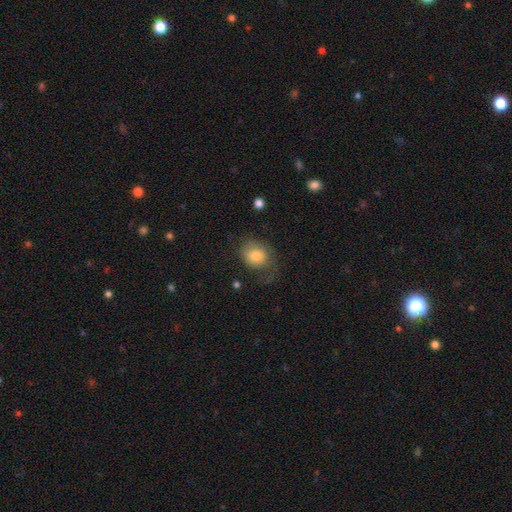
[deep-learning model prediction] A smooth galaxy with no disk features (72%) that is round (50%).

Vote fractions:
- Smooth or featured? smooth: 72% / featured or disk: 20% / star or artifact: 8%
- How rounded? round: 50% / in between: 49% / cigar-shaped: 1%
- Merging? none: 46% / major disturbance: 27% / minor disturbance: 25% / merger: 2%